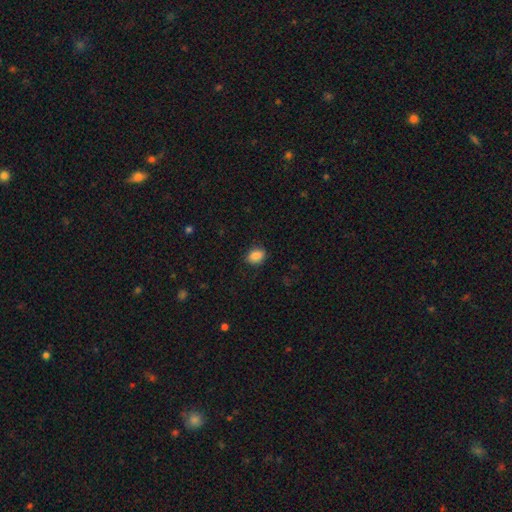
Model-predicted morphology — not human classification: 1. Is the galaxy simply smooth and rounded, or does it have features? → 86% smooth, 8% star or artifact, 6% featured or disk.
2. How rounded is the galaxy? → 68% in between, 30% round, 1% cigar-shaped.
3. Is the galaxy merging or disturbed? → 84% none, 12% minor disturbance, 3% major disturbance, 1% merger.